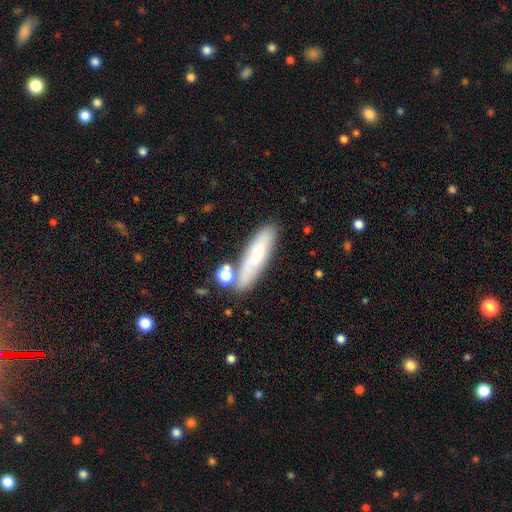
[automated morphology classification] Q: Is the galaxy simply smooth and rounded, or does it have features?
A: smooth — 64%.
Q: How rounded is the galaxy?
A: cigar-shaped — 67%.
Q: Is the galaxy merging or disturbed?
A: none — 65%.